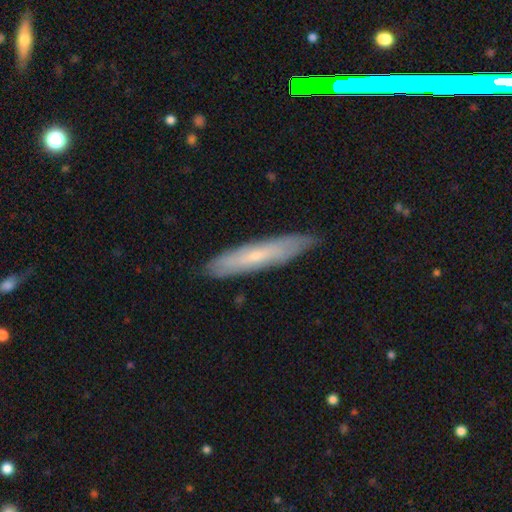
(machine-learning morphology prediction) This appears to be a smooth galaxy with no disk features (50%). Merging: none (84%).